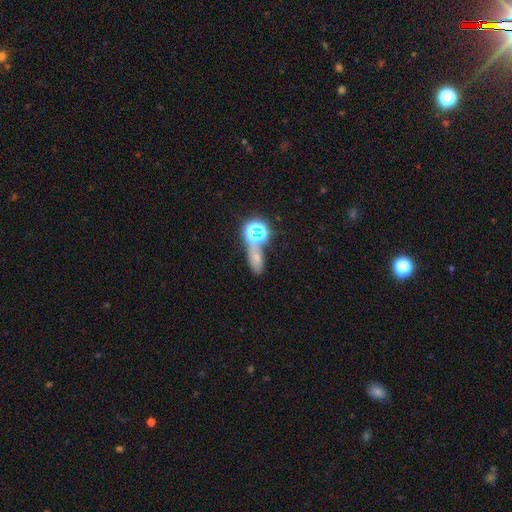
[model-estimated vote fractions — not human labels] Smooth or featured: smooth — 49% (star or artifact — 38%)
Merging: none — 56% (merger — 22%)